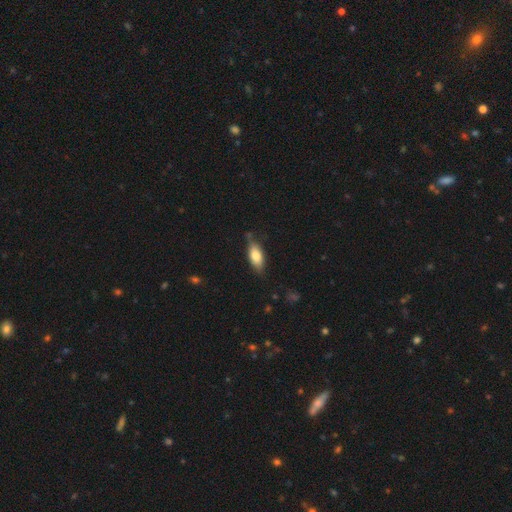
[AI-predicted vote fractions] Smooth or featured? smooth (73%)
How rounded? in between (80%)
Merging? none (68%)